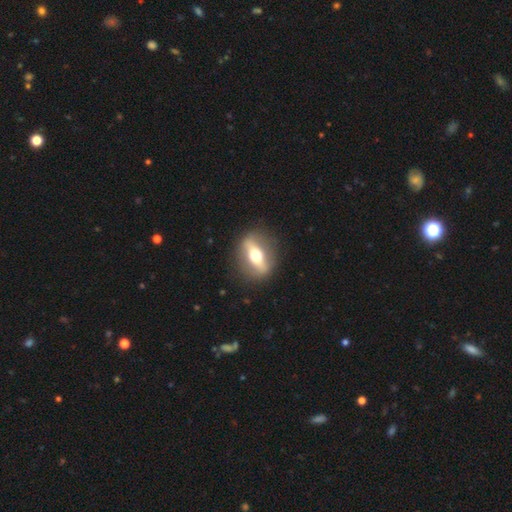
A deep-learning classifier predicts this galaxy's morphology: Overall: featured or disk (63%; smooth 31%). Edge-on disk: yes (52%; no 48%). Merging: none (84%).